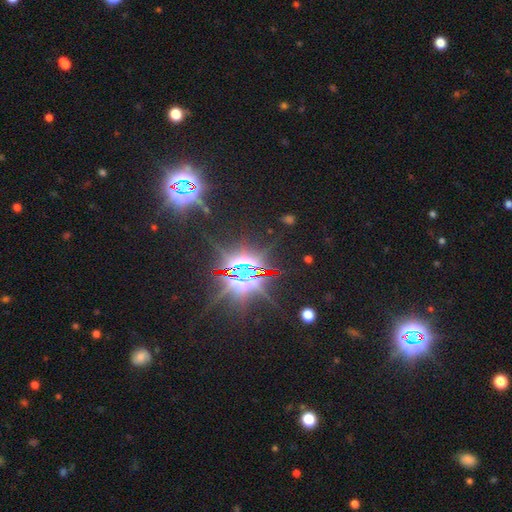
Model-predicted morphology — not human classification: smooth_or_featured: star or artifact (p=0.85) [alt: featured or disk p=0.08]